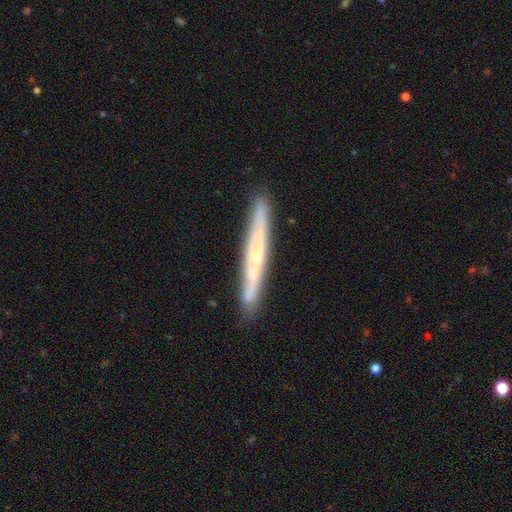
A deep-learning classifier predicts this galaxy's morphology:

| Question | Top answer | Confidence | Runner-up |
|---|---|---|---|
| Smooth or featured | featured or disk | 62% | smooth (32%) |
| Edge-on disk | yes | 91% | no (9%) |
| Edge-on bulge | none | 56% | rounded (39%) |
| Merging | none | 88% | minor disturbance (9%) |